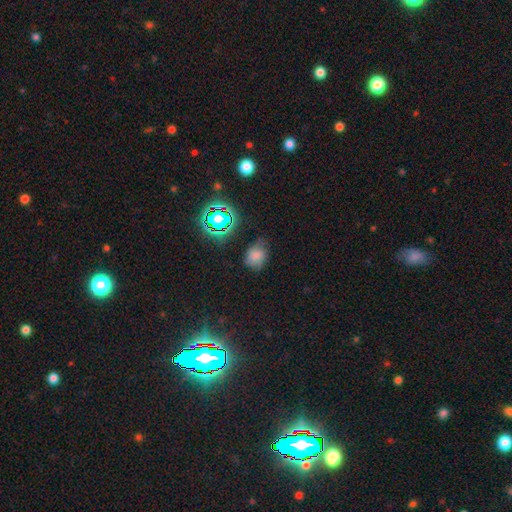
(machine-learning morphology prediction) smooth_or_featured: smooth (p=0.66) [alt: star or artifact p=0.21]
how_rounded: in between (p=0.59) [alt: round p=0.40]
merging: none (p=0.51) [alt: minor disturbance p=0.35]